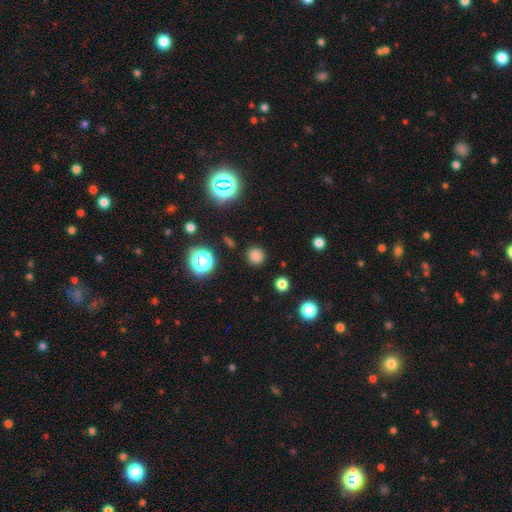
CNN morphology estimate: Smooth or featured? Predicted: smooth (p=0.77). How rounded? Predicted: round (p=0.92). Merging? Predicted: none (p=0.89).